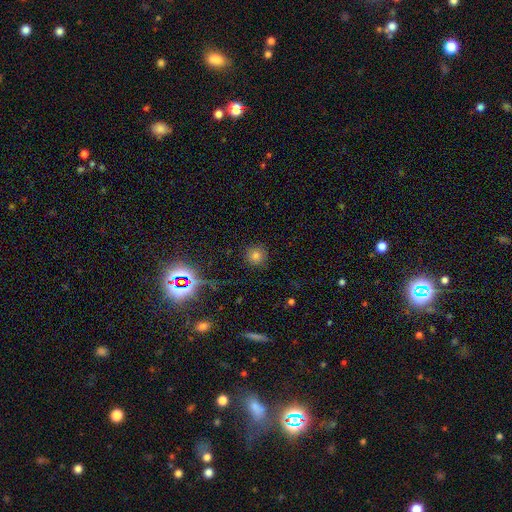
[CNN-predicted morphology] smooth 75%, star or artifact 18%, featured or disk 8%. Down the decision tree: how rounded — round (93%); merging — none (87%).